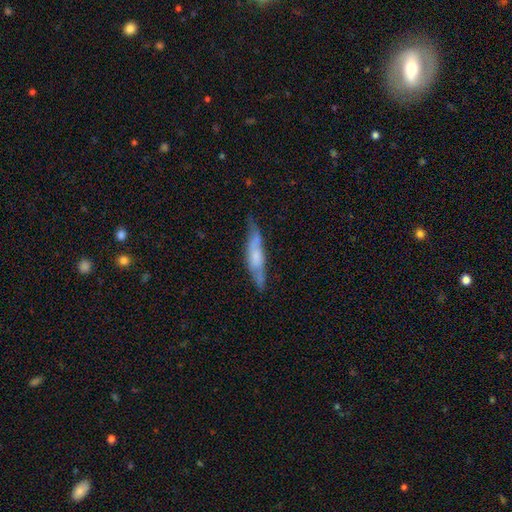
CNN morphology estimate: Smooth or featured? featured or disk (52%)
Edge-on disk? yes (72%)
Merging? none (66%)